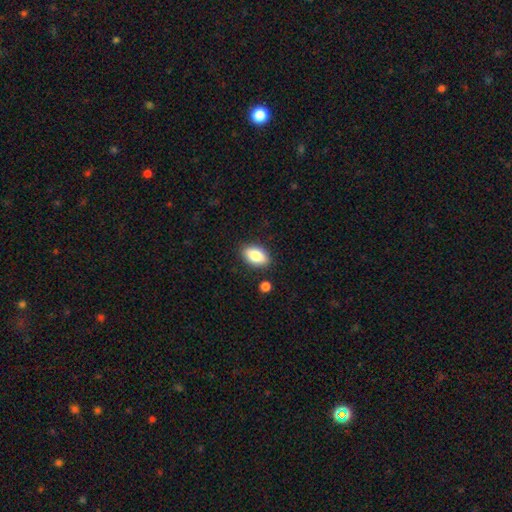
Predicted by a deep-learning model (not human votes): The model was most divided on "smooth or featured": smooth: 84%, featured or disk: 9%, star or artifact: 7%. More confident: how rounded — in between (91%); merging — none (86%).